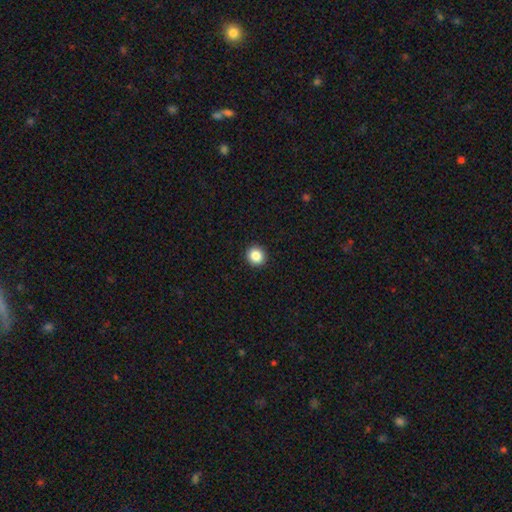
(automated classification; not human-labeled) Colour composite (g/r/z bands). It shows a smooth galaxy with no disk features (86%) that is round (90%). Merging: none (93%).